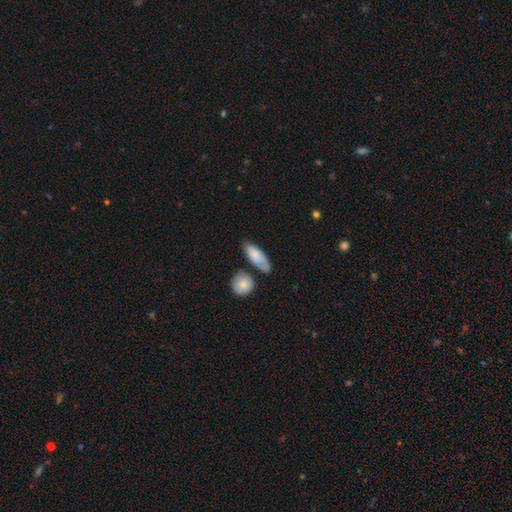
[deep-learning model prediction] Smooth or featured?
  - smooth: 78% *
  - featured or disk: 16%
  - star or artifact: 6%
How rounded?
  - in between: 75% *
  - cigar-shaped: 21%
  - round: 4%
Merging?
  - none: 57% *
  - minor disturbance: 24%
  - merger: 12%
  - major disturbance: 6%